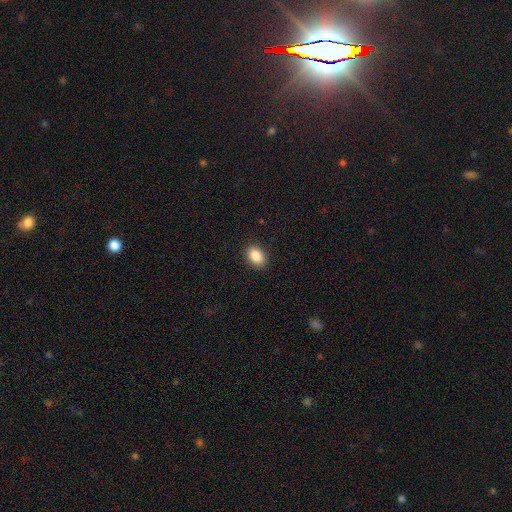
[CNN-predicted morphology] A smooth galaxy with no disk features (87%) that is in between round and cigar-shaped (76%).

Vote fractions:
- Smooth or featured? smooth: 87% / star or artifact: 8% / featured or disk: 5%
- How rounded? in between: 76% / round: 23% / cigar-shaped: 1%
- Merging? none: 89% / minor disturbance: 8% / major disturbance: 2% / merger: 1%